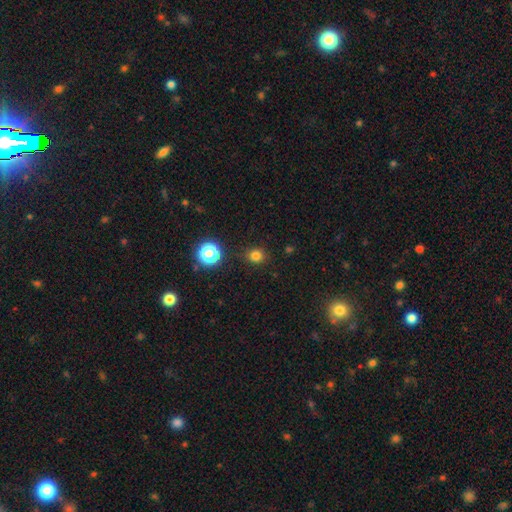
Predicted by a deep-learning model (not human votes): Overall: smooth (78%). How rounded: round (84%). Merging: none (88%).